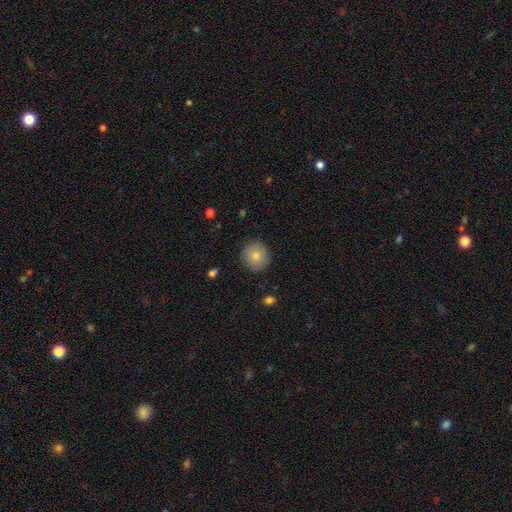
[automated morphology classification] Q: Smooth or featured?
A: smooth (82%); runner-up: featured or disk (10%)
Q: How rounded?
A: round (90%); runner-up: in between (9%)
Q: Merging?
A: none (87%); runner-up: minor disturbance (10%)